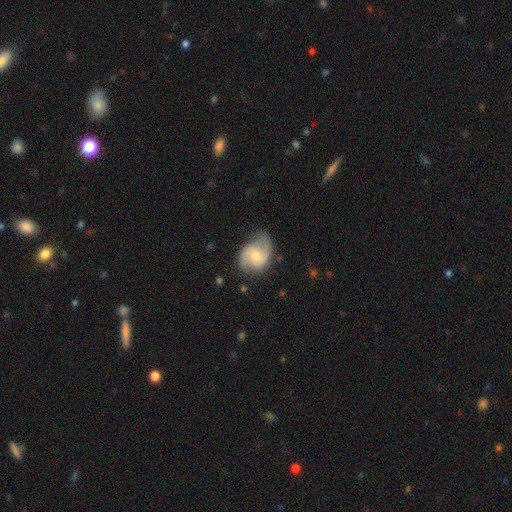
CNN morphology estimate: Smooth or featured? featured or disk (68%)
Edge-on disk? no (97%)
Bar? no (53%)
Spiral arms? yes (92%)
Spiral winding? medium (49%)
Spiral arm count? 2 (86%)
Bulge size? small (53%)
Merging? none (60%)